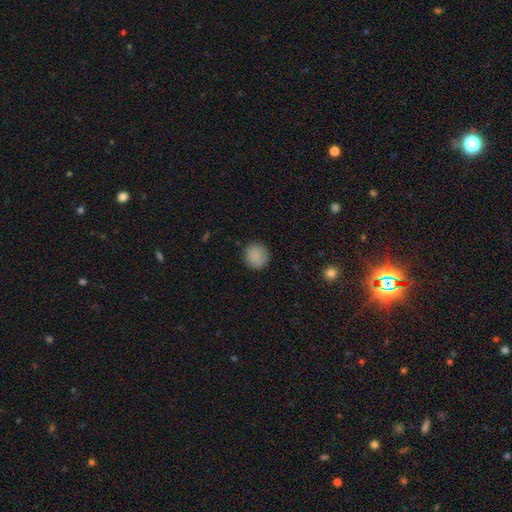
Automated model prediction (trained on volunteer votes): smooth_or_featured: smooth (p=0.87) [alt: star or artifact p=0.09]
how_rounded: round (p=0.91) [alt: in between p=0.08]
merging: none (p=0.88) [alt: minor disturbance p=0.09]